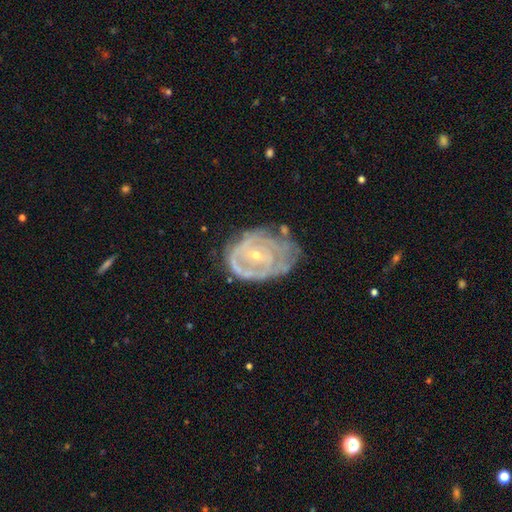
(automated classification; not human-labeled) Overall: featured or disk (78%). Edge-on disk: no (96%). Bar: no (64%; weak 27%). Spiral arms: yes (72%). Spiral arm count: can't tell (50%; 2 24%). Spiral winding: tight (64%; medium 26%). Bulge size: small (75%). Merging: none (44%; minor disturbance 31%).